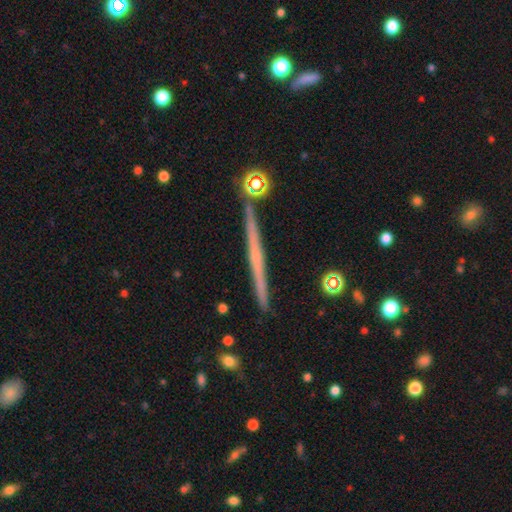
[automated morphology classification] Smooth or featured?
  - featured or disk: 64% *
  - smooth: 29%
  - star or artifact: 7%
Edge-on disk?
  - yes: 98% *
  - no: 2%
Edge-on bulge?
  - none: 73% *
  - rounded: 22%
  - boxy: 5%
Merging?
  - none: 89% *
  - minor disturbance: 7%
  - merger: 2%
  - major disturbance: 1%